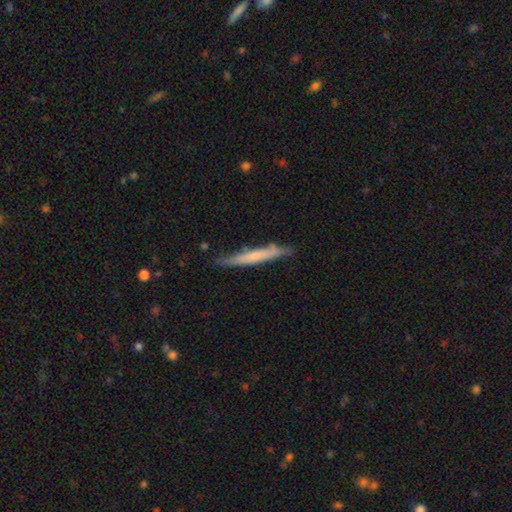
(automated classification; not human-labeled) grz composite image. It shows a smooth galaxy with no disk features (53%) that is cigar-shaped (96%). Merging: none (80%).